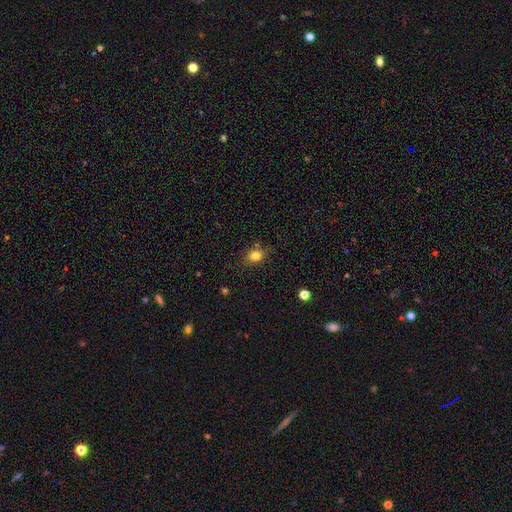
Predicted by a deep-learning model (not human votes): This is clearly a smooth galaxy (81%). How rounded: possibly round (50%). Merging: likely none (76%).